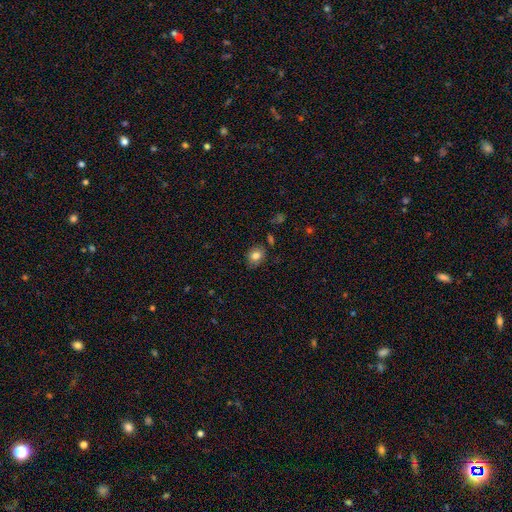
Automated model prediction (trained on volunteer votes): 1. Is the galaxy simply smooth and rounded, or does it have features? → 81% smooth, 10% star or artifact, 9% featured or disk.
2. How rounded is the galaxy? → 55% round, 44% in between, 1% cigar-shaped.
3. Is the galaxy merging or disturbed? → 79% none, 15% minor disturbance, 3% major disturbance, 3% merger.